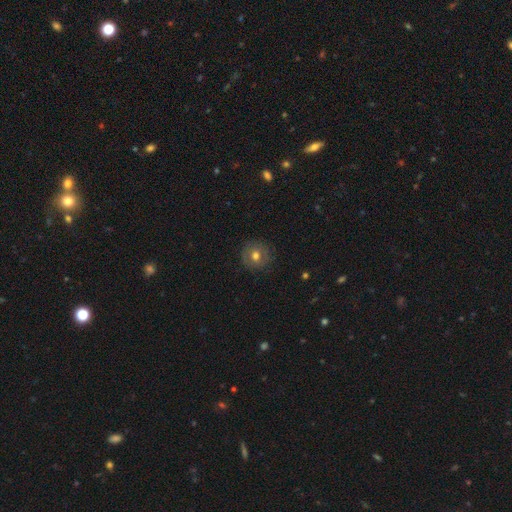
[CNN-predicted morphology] smooth-or-featured: smooth: 62% | featured or disk: 26% | star or artifact: 12%
  how-rounded: round: 91% | in between: 8% | cigar-shaped: 1%
  merging: none: 85% | minor disturbance: 10% | major disturbance: 3% | merger: 1%